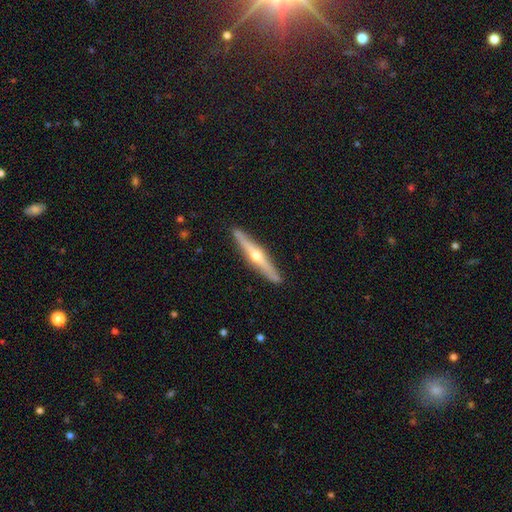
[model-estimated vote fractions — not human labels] Overall: featured or disk (74%). Edge-on disk: yes (97%). Edge-on bulge: rounded (92%). Merging: none (91%).